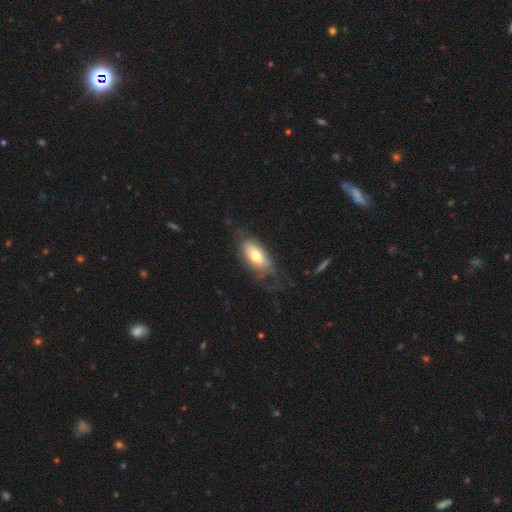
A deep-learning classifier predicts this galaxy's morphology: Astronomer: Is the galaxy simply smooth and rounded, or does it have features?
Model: smooth — 62%.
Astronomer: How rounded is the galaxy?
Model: in between — 89%.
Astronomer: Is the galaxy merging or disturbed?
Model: none — 46% (runner-up: minor disturbance, 27%).